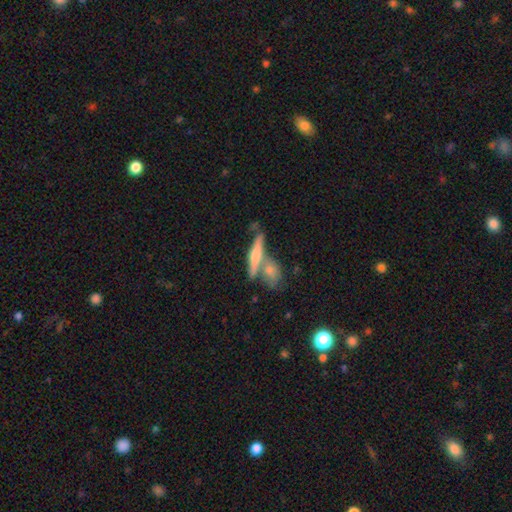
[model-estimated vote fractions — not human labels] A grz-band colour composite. It shows a featured or disk galaxy (51%) viewed edge-on (92%). Merging: none (56%).